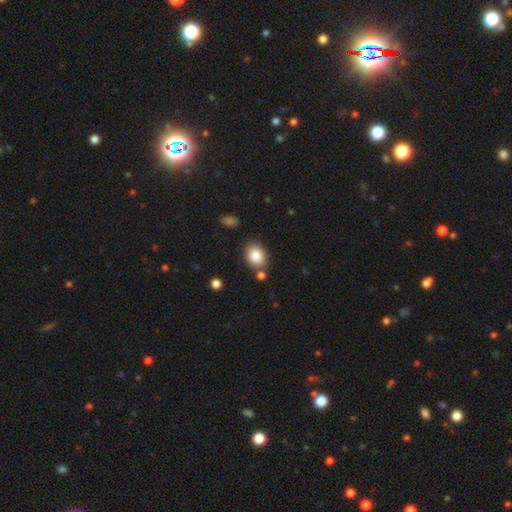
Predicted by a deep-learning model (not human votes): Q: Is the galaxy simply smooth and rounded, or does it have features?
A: smooth — 84%.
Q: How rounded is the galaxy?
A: in between — 61%.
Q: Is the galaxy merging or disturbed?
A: none — 77%.